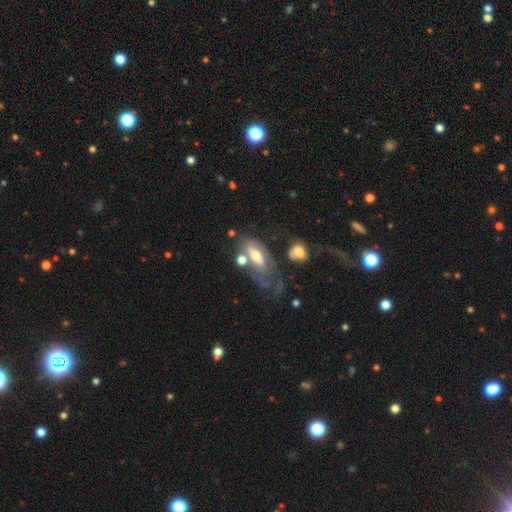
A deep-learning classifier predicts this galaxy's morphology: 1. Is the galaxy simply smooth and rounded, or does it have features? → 58% featured or disk, 35% smooth, 8% star or artifact.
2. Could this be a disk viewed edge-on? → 84% no, 16% yes.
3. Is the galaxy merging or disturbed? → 35% major disturbance, 24% none, 22% merger, 18% minor disturbance.